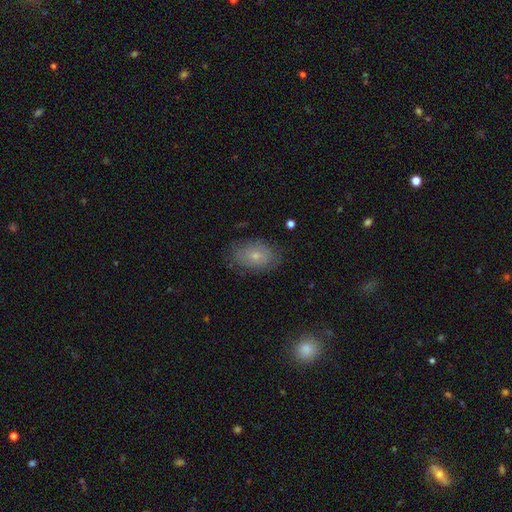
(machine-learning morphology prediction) This appears to be a smooth galaxy with no disk features (62%) that is in between round and cigar-shaped (83%). Merging: none (75%).